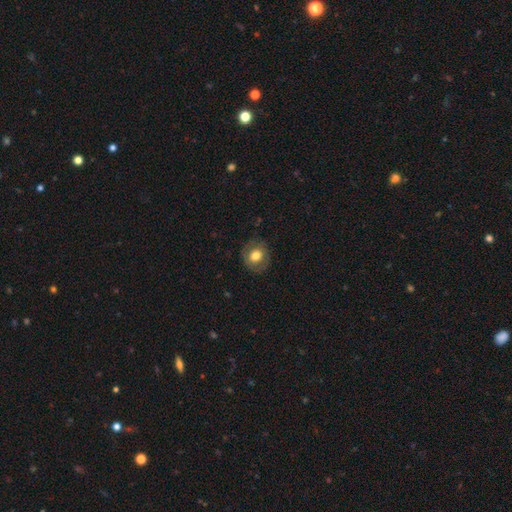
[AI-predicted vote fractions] Morphology: type=smooth (68%); roundness=round (79%); merging=none (80%).